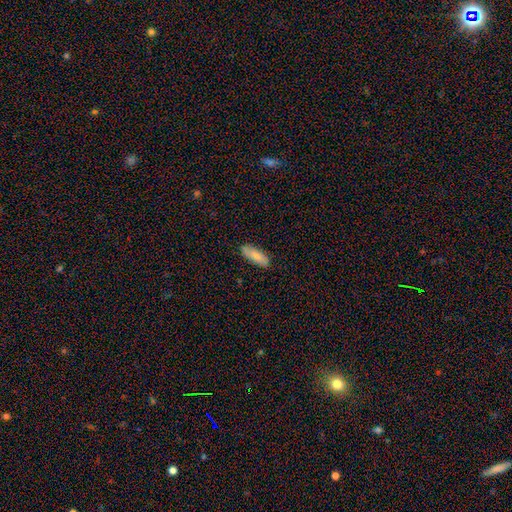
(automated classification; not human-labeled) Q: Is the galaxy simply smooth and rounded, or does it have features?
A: smooth — 82%.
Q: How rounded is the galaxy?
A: in between — 67%.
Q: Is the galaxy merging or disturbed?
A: none — 85%.